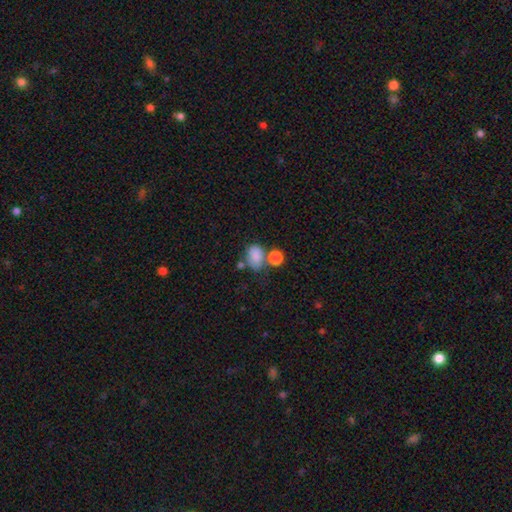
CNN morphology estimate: This is clearly a smooth galaxy (81%). How rounded: likely in between (68%). Merging: marginally none (44%).